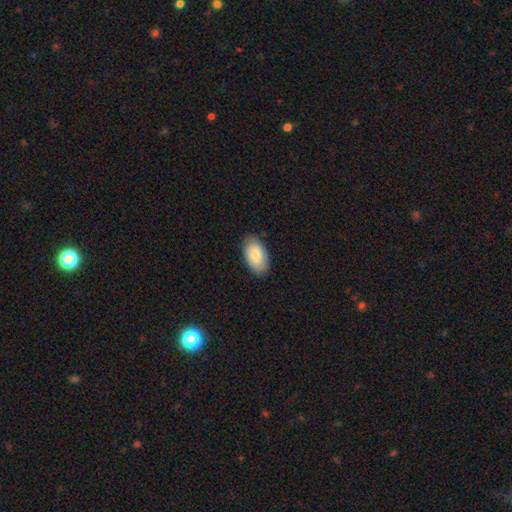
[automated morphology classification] A smooth galaxy with no disk features (84%) that is in between round and cigar-shaped (95%).

Vote fractions:
- Smooth or featured? smooth: 84% / featured or disk: 10% / star or artifact: 6%
- How rounded? in between: 95% / round: 4% / cigar-shaped: 1%
- Merging? none: 85% / minor disturbance: 11% / major disturbance: 2% / merger: 1%